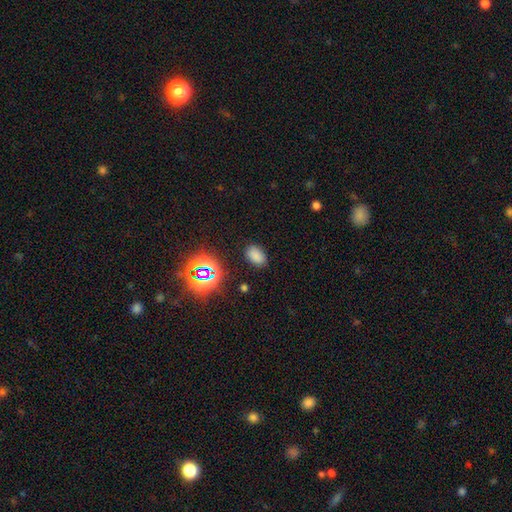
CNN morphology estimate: A smooth galaxy with no disk features (74%) that is in between round and cigar-shaped (89%).

Vote fractions:
- Smooth or featured? smooth: 74% / star or artifact: 20% / featured or disk: 6%
- How rounded? in between: 89% / round: 10% / cigar-shaped: 1%
- Merging? none: 84% / minor disturbance: 11% / major disturbance: 3% / merger: 2%